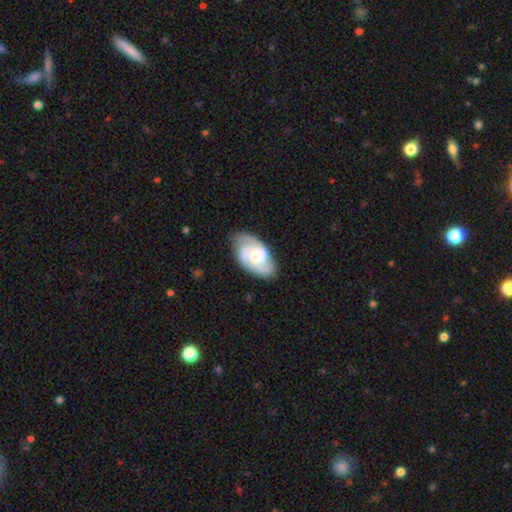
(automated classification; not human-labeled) Smooth or featured: featured or disk — 83% (smooth — 13%)
Edge-on disk: no — 97% (yes — 3%)
Bar: no — 55% (weak — 38%)
Spiral arms: yes — 97% (no — 3%)
Spiral winding: medium — 47% (tight — 42%)
Spiral arm count: 2 — 45% (3 — 35%)
Bulge size: moderate — 49% (small — 41%)
Merging: none — 72% (minor disturbance — 20%)